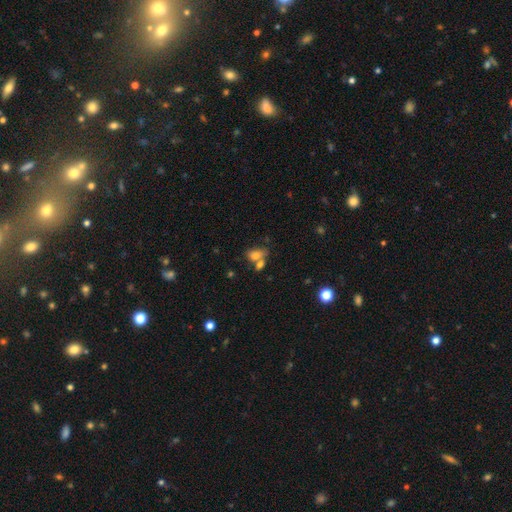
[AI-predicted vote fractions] Morphology: type=smooth (76%); roundness=in between (82%); merging=merger (46%).